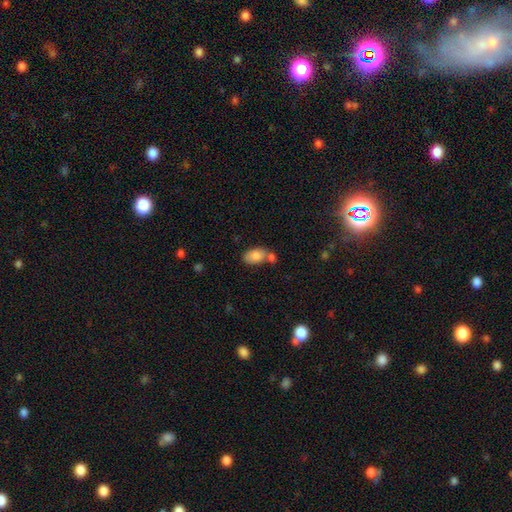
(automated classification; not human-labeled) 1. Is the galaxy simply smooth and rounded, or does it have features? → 84% smooth, 9% featured or disk, 7% star or artifact.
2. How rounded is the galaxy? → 90% in between, 8% round, 2% cigar-shaped.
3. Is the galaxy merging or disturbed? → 45% none, 35% merger, 15% minor disturbance, 5% major disturbance.